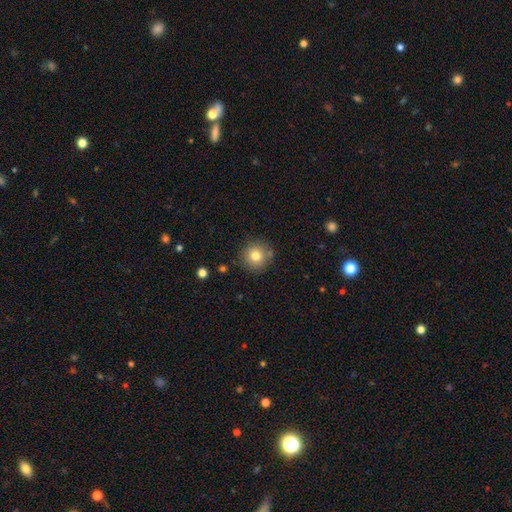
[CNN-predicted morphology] type=smooth (78%); roundness=round (94%); merging=none (84%).